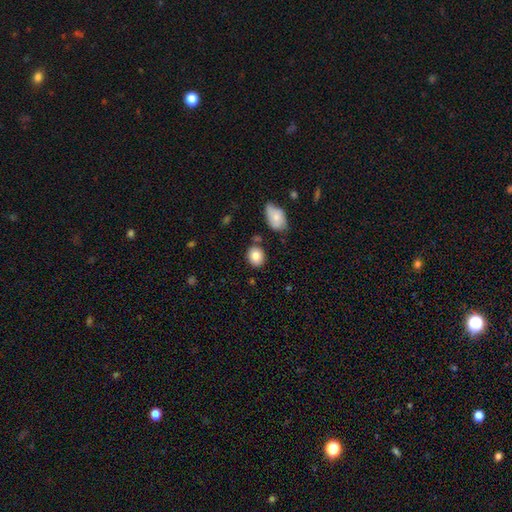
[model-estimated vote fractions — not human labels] A smooth galaxy with no disk features (83%) that is round (56%). Merging: none (79%).